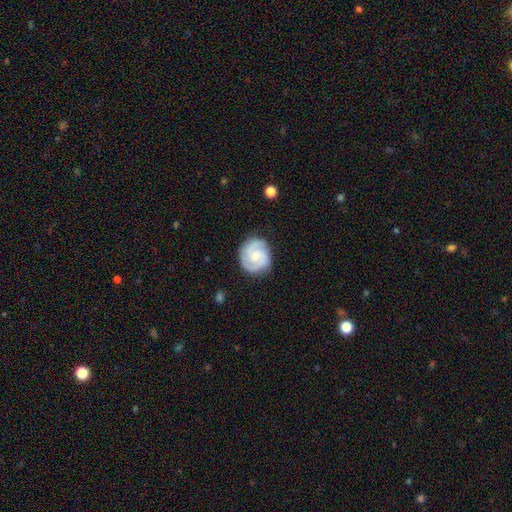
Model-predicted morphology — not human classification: smooth-or-featured: featured or disk: 80% | smooth: 15% | star or artifact: 5%
  disk-edge-on: no: 98% | yes: 2%
    bar: no: 57% | weak: 37% | strong: 5%
    has-spiral-arms: yes: 97% | no: 3%
      spiral-winding: tight: 56% | medium: 38% | loose: 6%
      spiral-arm-count: 2: 68% | 3: 18% | can't tell: 7% | 1: 3% | 4: 2% | more than 4: 2%
    bulge-size: small: 52% | moderate: 36% | none: 8% | large: 3% | dominant: 1%
  merging: none: 82% | minor disturbance: 13% | major disturbance: 4% | merger: 1%